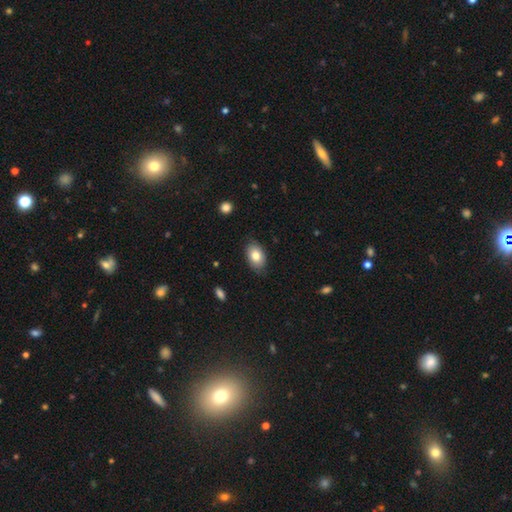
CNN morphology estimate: smooth-or-featured: smooth: 80% | featured or disk: 13% | star or artifact: 7%
  how-rounded: in between: 89% | round: 10% | cigar-shaped: 1%
  merging: none: 81% | minor disturbance: 16% | major disturbance: 3% | merger: 1%